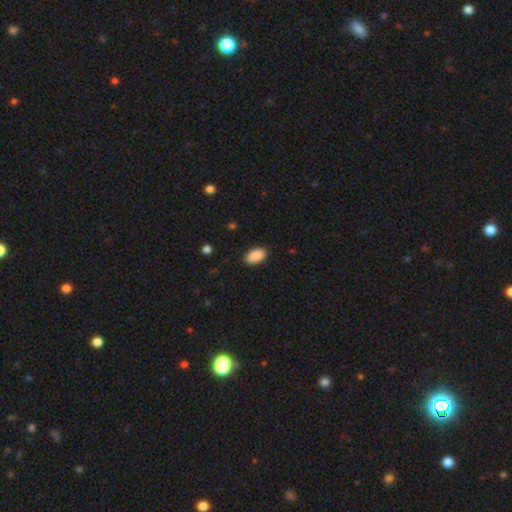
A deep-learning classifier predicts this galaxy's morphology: A smooth galaxy with no disk features (90%) that is in between round and cigar-shaped (94%).

Vote fractions:
- Smooth or featured? smooth: 90% / star or artifact: 7% / featured or disk: 3%
- How rounded? in between: 94% / round: 4% / cigar-shaped: 2%
- Merging? none: 88% / minor disturbance: 8% / major disturbance: 2% / merger: 1%